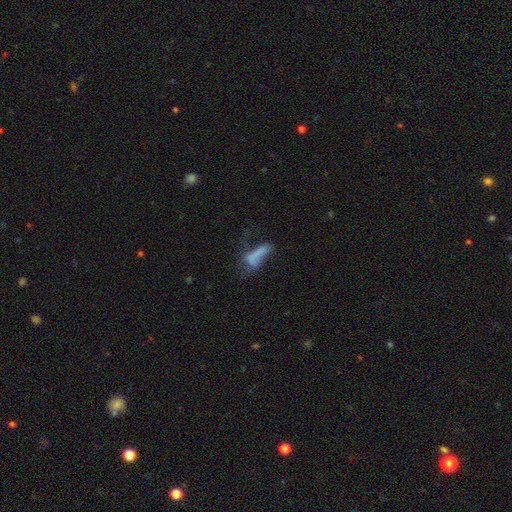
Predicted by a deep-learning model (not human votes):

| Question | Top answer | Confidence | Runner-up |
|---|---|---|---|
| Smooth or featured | smooth | 54% | featured or disk (31%) |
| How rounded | in between | 55% | cigar-shaped (42%) |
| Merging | major disturbance | 45% | none (25%) |